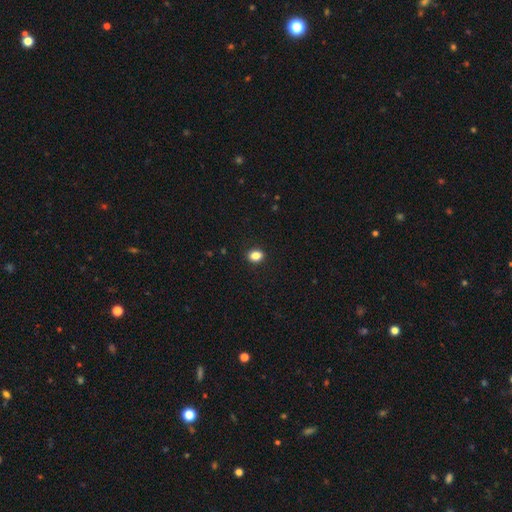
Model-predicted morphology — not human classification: Smooth or featured? smooth (85%)
How rounded? in between (59%)
Merging? none (90%)